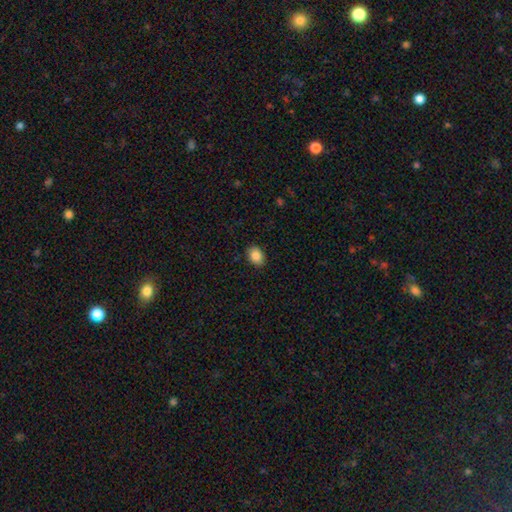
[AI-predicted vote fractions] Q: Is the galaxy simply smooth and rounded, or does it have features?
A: smooth — 87%.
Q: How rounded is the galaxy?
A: in between — 69%.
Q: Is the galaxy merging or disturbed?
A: none — 89%.